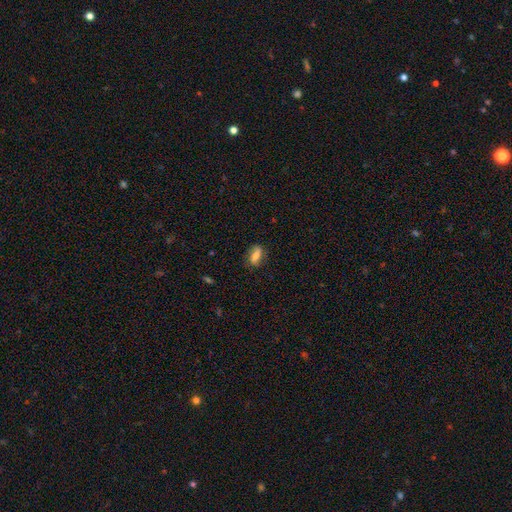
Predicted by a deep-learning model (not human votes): Smooth or featured?
  - smooth: 50% *
  - featured or disk: 41%
  - star or artifact: 9%
How rounded?
  - in between: 77% *
  - cigar-shaped: 13%
  - round: 10%
Merging?
  - none: 79% *
  - minor disturbance: 15%
  - major disturbance: 4%
  - merger: 1%